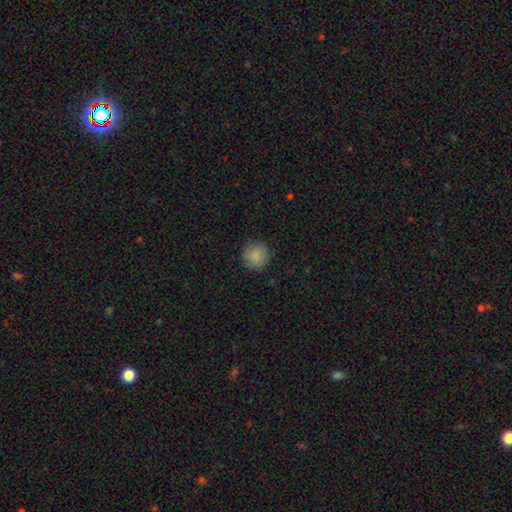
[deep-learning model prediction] Smooth or featured? smooth (87%)
How rounded? round (93%)
Merging? none (87%)